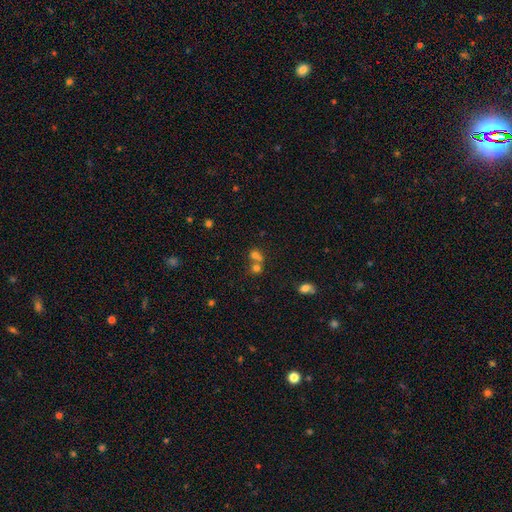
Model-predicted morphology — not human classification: smooth 67%, star or artifact 18%, featured or disk 14%. Down the decision tree: how rounded — round (77%); merging — merger (56%).